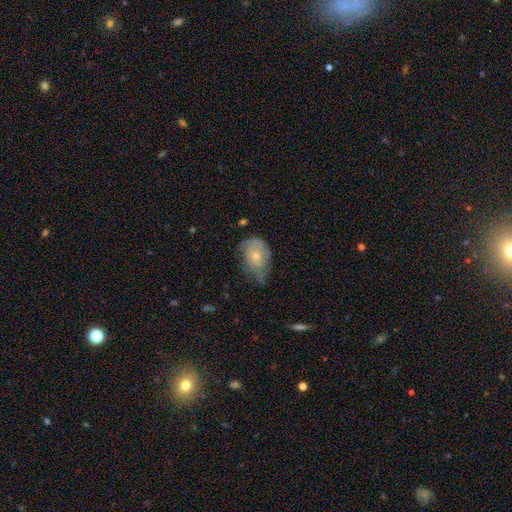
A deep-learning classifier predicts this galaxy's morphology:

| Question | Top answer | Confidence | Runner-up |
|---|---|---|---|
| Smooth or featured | smooth | 53% | featured or disk (40%) |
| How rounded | in between | 75% | round (23%) |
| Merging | minor disturbance | 41% | none (34%) |